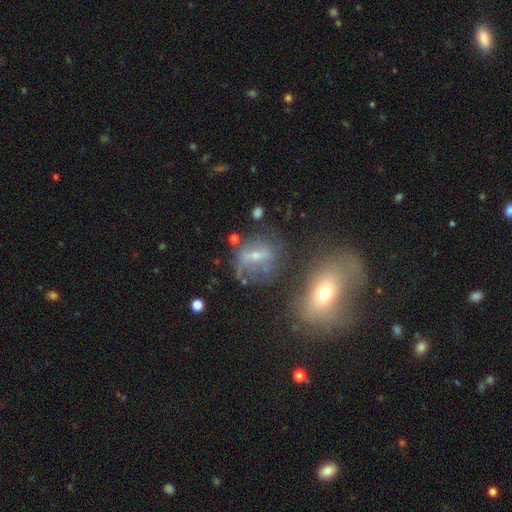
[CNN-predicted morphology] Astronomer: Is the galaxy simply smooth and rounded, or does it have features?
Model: featured or disk — 54% (runner-up: smooth, 30%).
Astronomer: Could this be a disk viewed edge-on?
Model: no — 88%.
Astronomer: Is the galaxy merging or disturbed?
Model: none — 50%.